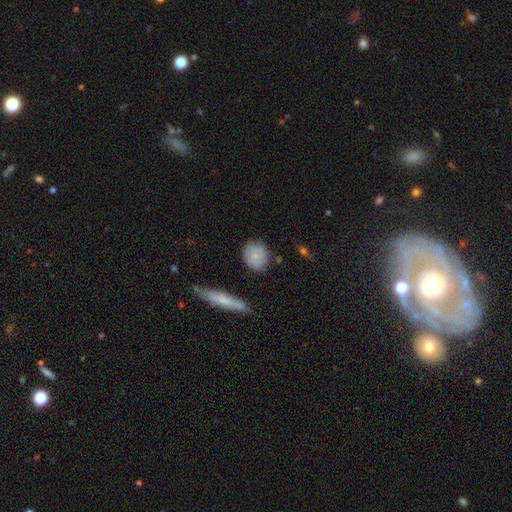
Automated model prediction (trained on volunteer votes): Smooth or featured? Predicted: smooth (p=0.75). How rounded? Predicted: round (p=0.69). Merging? Predicted: none (p=0.79).